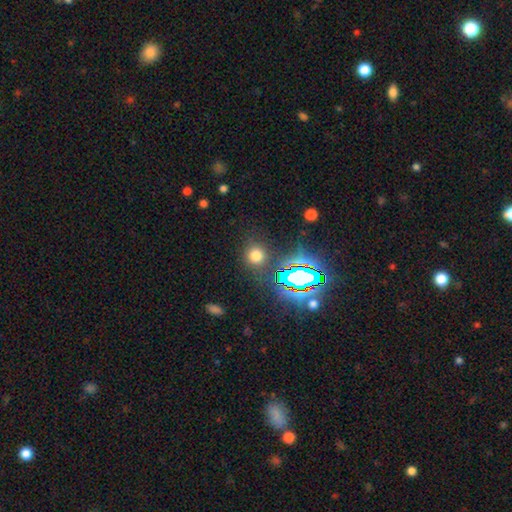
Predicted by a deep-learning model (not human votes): Morphology: type=smooth (69%); roundness=round (88%); merging=none (85%).